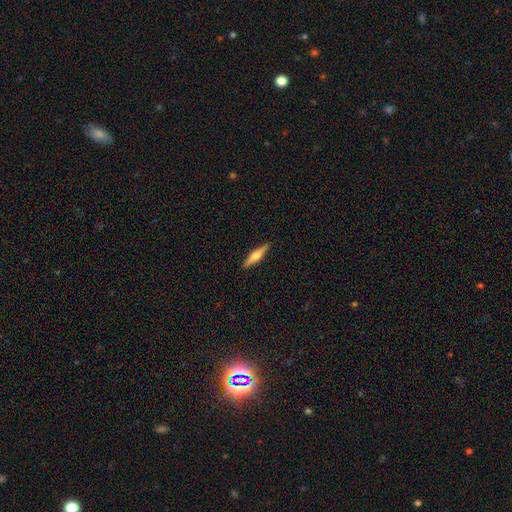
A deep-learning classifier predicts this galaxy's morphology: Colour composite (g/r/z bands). It shows a featured or disk galaxy (59%) viewed edge-on (97%) with a rounded central bulge (89%). Merging: none (91%).